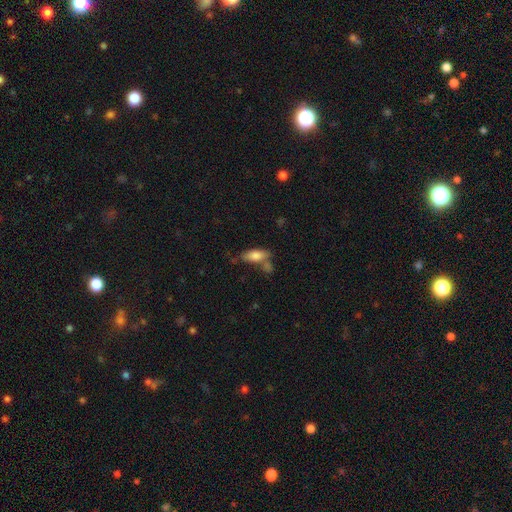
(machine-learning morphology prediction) Smooth or featured: smooth — 78% (featured or disk — 15%)
How rounded: in between — 76% (cigar-shaped — 21%)
Merging: none — 54% (merger — 21%)